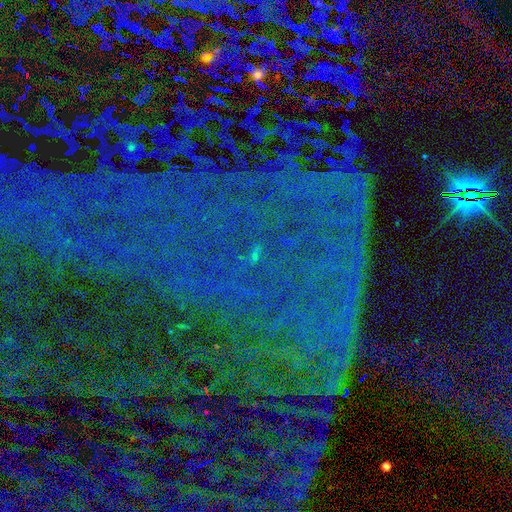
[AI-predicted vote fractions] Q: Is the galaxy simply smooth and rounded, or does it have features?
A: star or artifact — 85%.